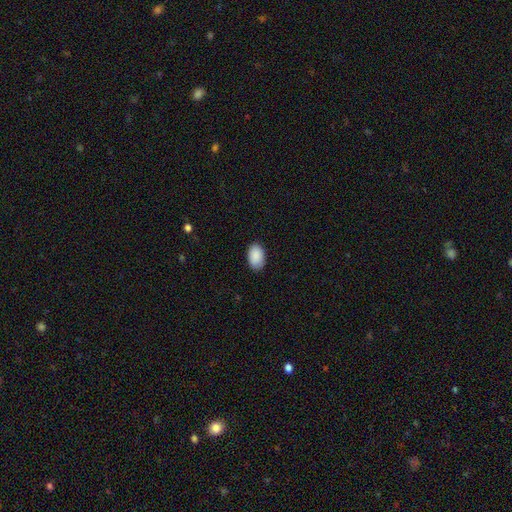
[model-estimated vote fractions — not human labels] Smooth or featured: smooth — 91% (star or artifact — 6%)
How rounded: in between — 91% (round — 7%)
Merging: none — 86% (minor disturbance — 11%)